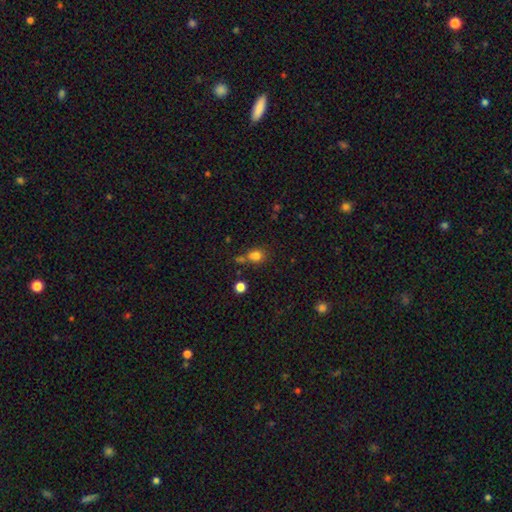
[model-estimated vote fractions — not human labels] Smooth or featured? smooth (78%)
How rounded? round (69%)
Merging? none (54%)